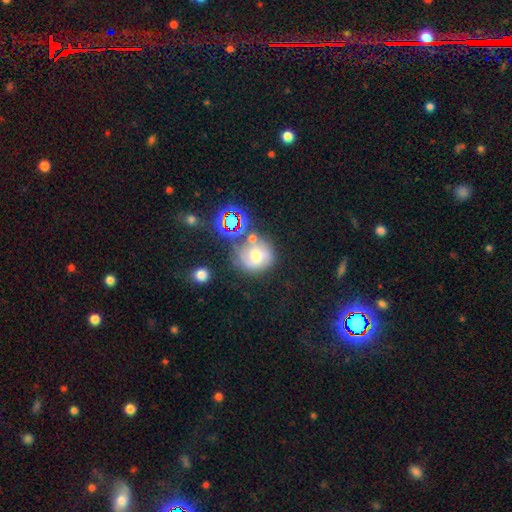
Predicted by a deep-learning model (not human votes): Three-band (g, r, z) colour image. It shows a smooth galaxy with no disk features (51%) that is round (85%). Merging: none (54%).